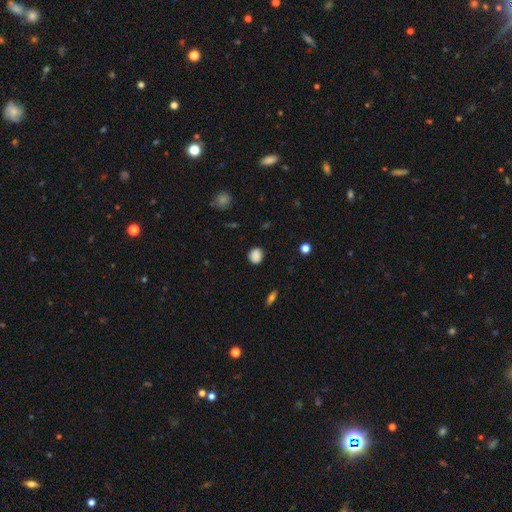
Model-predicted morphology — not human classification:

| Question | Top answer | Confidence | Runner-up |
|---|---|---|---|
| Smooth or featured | smooth | 86% | star or artifact (10%) |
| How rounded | round | 74% | in between (25%) |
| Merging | none | 86% | minor disturbance (10%) |